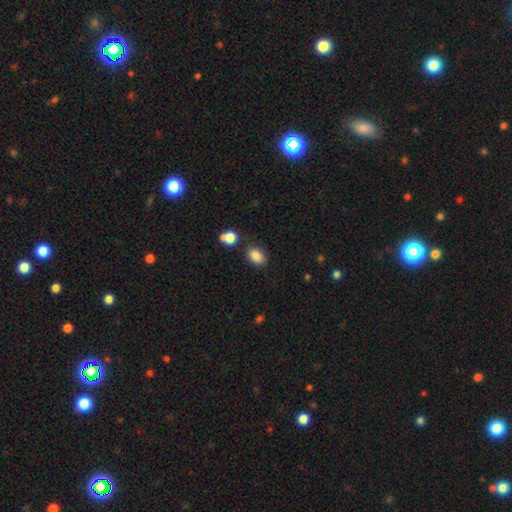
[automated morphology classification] smooth 86%, star or artifact 9%, featured or disk 5%. Down the decision tree: how rounded — in between (80%); merging — none (79%).